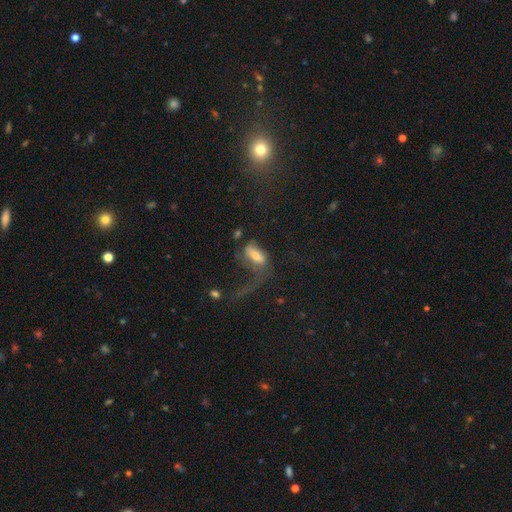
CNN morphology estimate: Q: Smooth or featured?
A: smooth (60%); runner-up: featured or disk (30%)
Q: How rounded?
A: in between (80%); runner-up: cigar-shaped (15%)
Q: Merging?
A: major disturbance (63%); runner-up: none (17%)